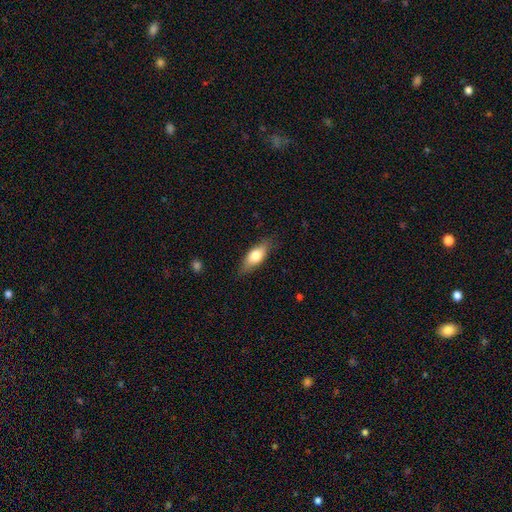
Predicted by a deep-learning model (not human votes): This is likely a smooth galaxy (70%). How rounded: likely in between (71%). Merging: clearly none (83%).